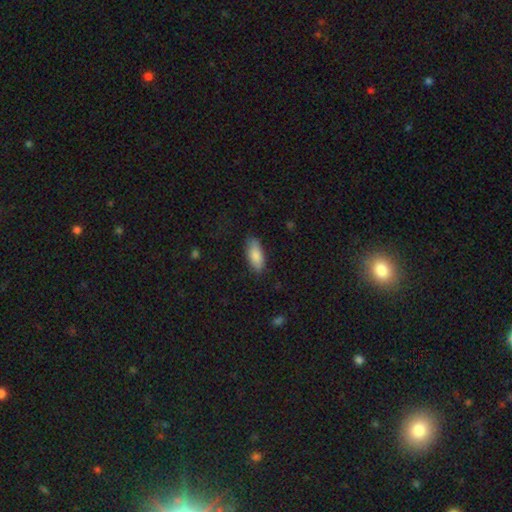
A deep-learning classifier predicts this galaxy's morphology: This appears to be a smooth galaxy with no disk features (85%) that is in between round and cigar-shaped (82%). Merging: none (81%).